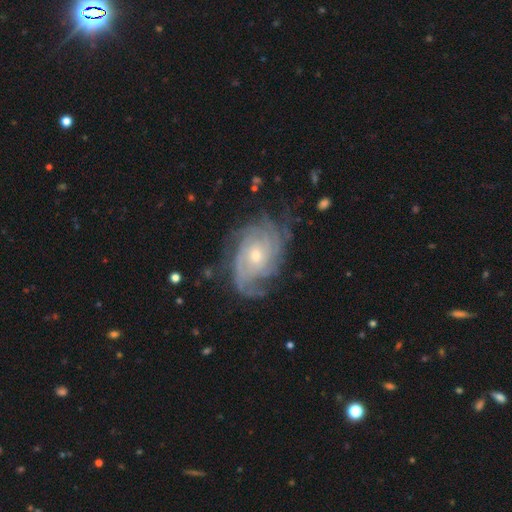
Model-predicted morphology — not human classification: Smooth or featured? Predicted: featured or disk (p=0.87). Edge-on disk? Predicted: no (p=0.97). Bar? Predicted: no (p=0.71). Spiral arms? Predicted: yes (p=0.96). Spiral winding? Predicted: tight (p=0.66). Spiral arm count? Predicted: can't tell (p=0.35). Bulge size? Predicted: small (p=0.52). Merging? Predicted: none (p=0.69).